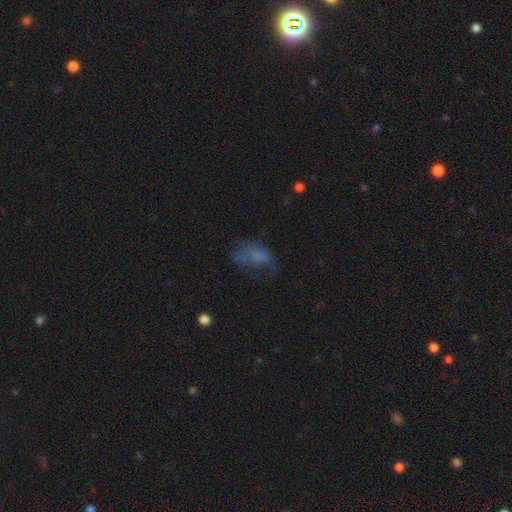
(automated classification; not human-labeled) Smooth or featured? Predicted: smooth (p=0.53). How rounded? Predicted: in between (p=0.82). Merging? Predicted: none (p=0.37).